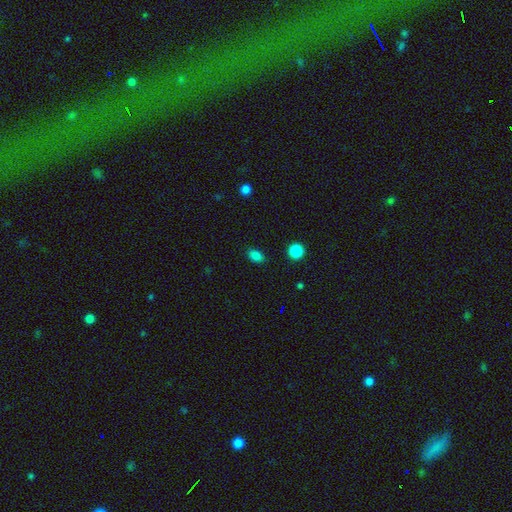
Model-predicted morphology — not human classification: smooth 84%, star or artifact 12%, featured or disk 4%. Down the decision tree: how rounded — in between (79%); merging — none (87%).